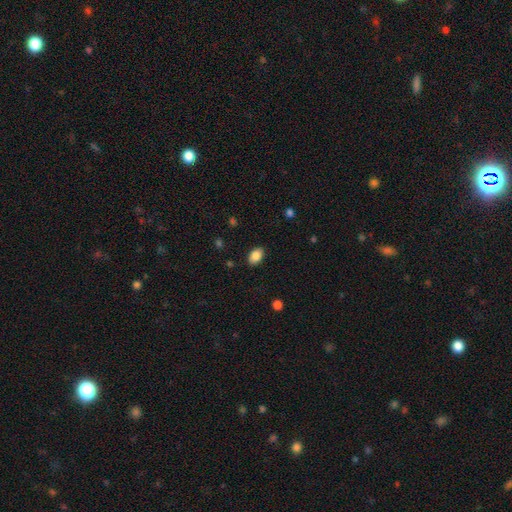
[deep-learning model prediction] Smooth or featured? Predicted: smooth (p=0.86). How rounded? Predicted: in between (p=0.87). Merging? Predicted: none (p=0.87).